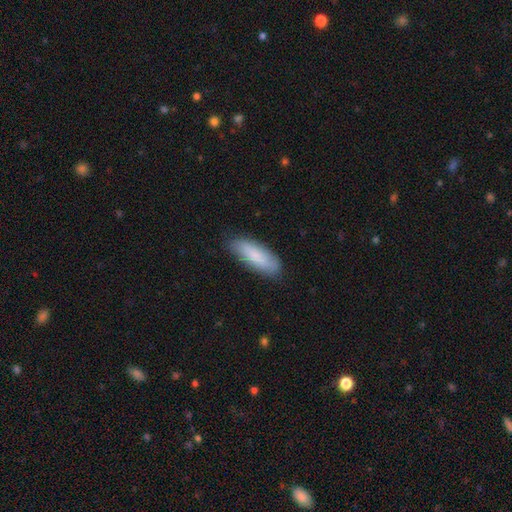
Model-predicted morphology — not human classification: Q: Smooth or featured?
A: smooth (79%); runner-up: featured or disk (15%)
Q: How rounded?
A: in between (62%); runner-up: cigar-shaped (37%)
Q: Merging?
A: none (81%); runner-up: minor disturbance (15%)